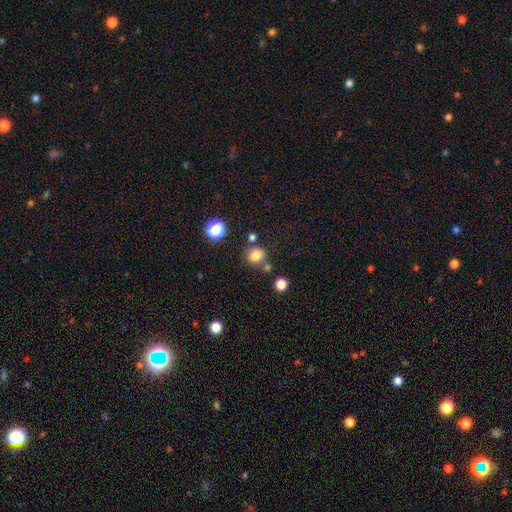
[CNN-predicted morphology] Smooth or featured? Predicted: smooth (p=0.80). How rounded? Predicted: round (p=0.83). Merging? Predicted: none (p=0.73).